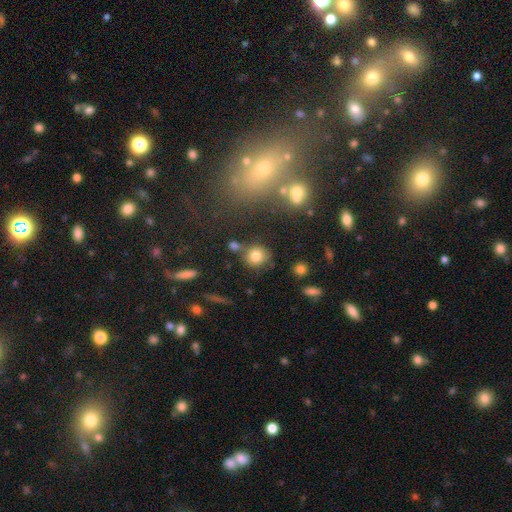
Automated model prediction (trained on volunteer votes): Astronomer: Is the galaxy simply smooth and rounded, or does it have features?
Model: smooth — 79%.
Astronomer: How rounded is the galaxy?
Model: round — 78%.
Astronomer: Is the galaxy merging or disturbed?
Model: none — 67%.